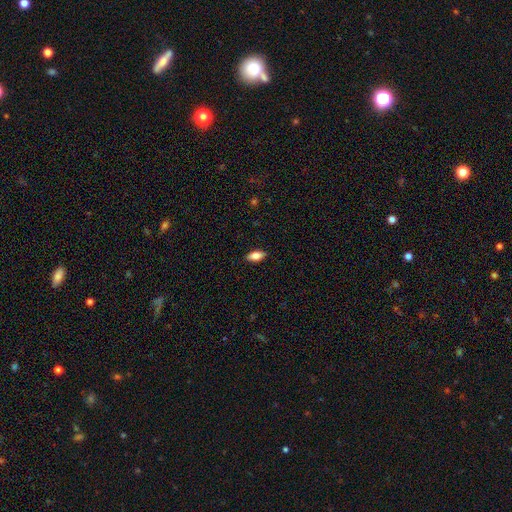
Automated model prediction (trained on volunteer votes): This appears to be a smooth galaxy with no disk features (79%) that is in between round and cigar-shaped (85%). Merging: none (89%).